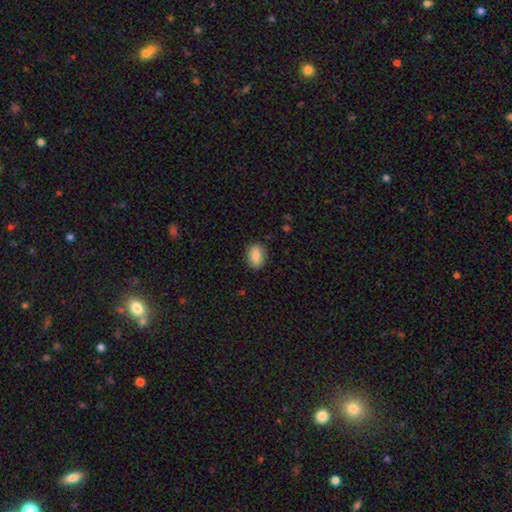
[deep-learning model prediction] A smooth galaxy with no disk features (83%) that is in between round and cigar-shaped (71%). Merging: none (86%).